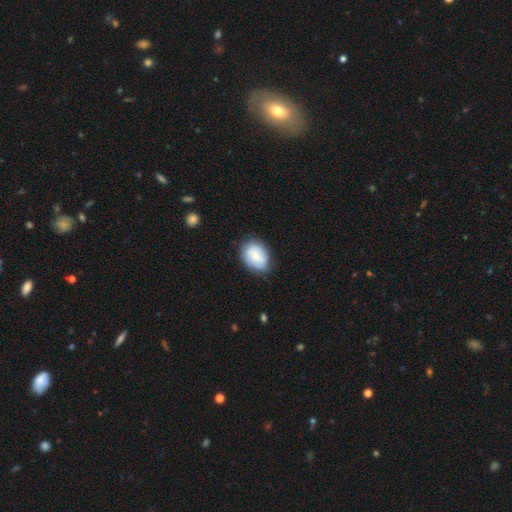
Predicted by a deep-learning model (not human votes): Smooth or featured: smooth — 66% (featured or disk — 27%)
How rounded: in between — 62% (round — 38%)
Merging: none — 70% (minor disturbance — 23%)